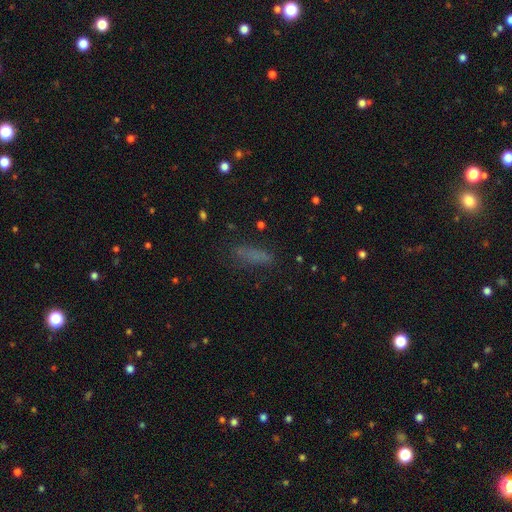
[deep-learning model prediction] Morphology: type=smooth (72%); roundness=cigar-shaped (63%); merging=none (67%).